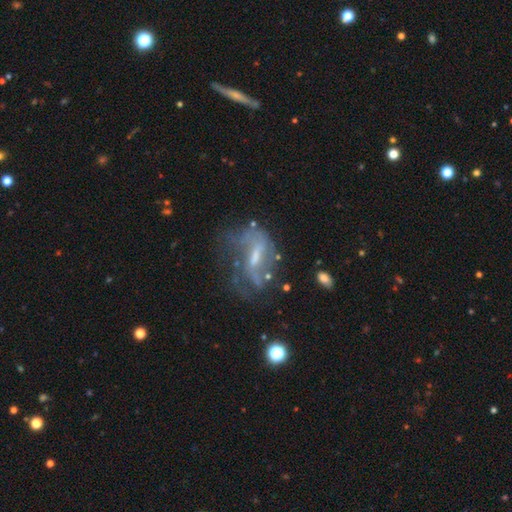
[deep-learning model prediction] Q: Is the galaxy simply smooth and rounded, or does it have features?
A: featured or disk — 68%.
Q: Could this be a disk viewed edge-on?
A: no — 90%.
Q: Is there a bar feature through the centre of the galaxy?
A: weak — 44%.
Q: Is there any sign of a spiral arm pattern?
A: yes — 57%.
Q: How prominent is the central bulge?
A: small — 40%.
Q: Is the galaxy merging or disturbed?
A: none — 38%.